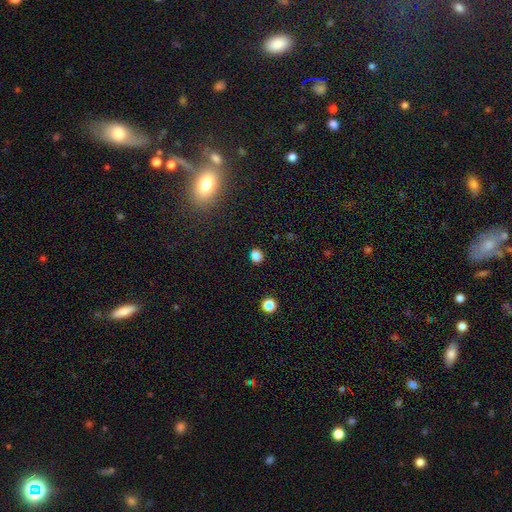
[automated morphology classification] Smooth or featured? Predicted: smooth (p=0.80). How rounded? Predicted: round (p=0.77). Merging? Predicted: none (p=0.88).